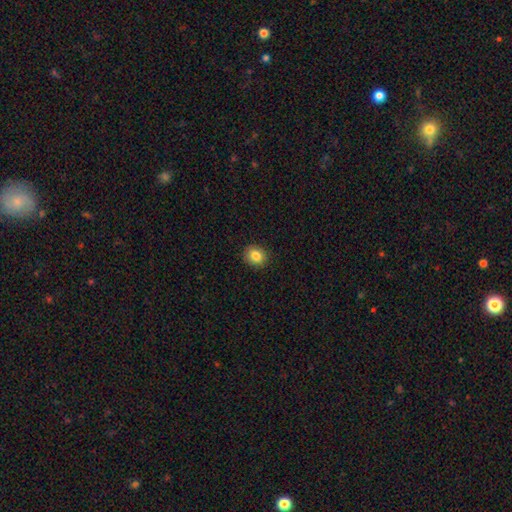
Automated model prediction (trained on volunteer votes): This appears to be a smooth galaxy with no disk features (84%) that is round (75%). Merging: none (90%).